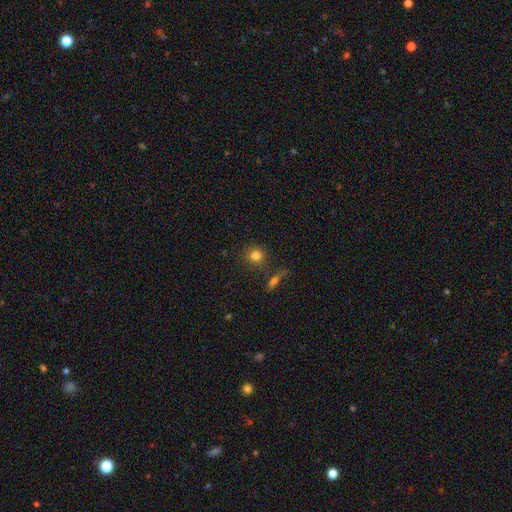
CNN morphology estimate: A smooth galaxy with no disk features (81%) that is round (90%).

Vote fractions:
- Smooth or featured? smooth: 81% / star or artifact: 12% / featured or disk: 7%
- How rounded? round: 90% / in between: 8% / cigar-shaped: 1%
- Merging? none: 81% / minor disturbance: 9% / merger: 7% / major disturbance: 3%